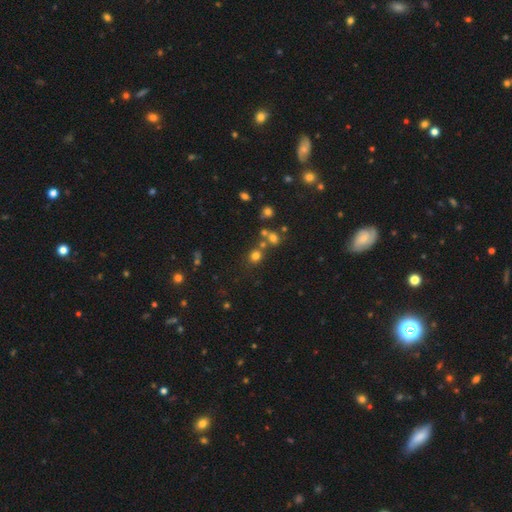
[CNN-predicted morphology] Smooth or featured?
  - smooth: 70% *
  - star or artifact: 21%
  - featured or disk: 9%
How rounded?
  - round: 83% *
  - in between: 16%
  - cigar-shaped: 1%
Merging?
  - none: 66% *
  - merger: 20%
  - minor disturbance: 10%
  - major disturbance: 5%